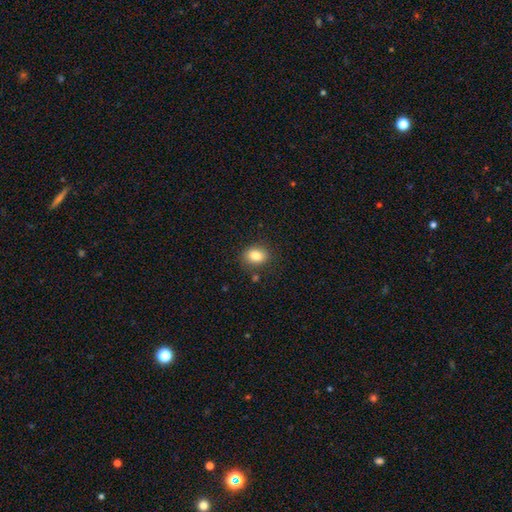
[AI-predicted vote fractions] A smooth galaxy with no disk features (84%) that is in between round and cigar-shaped (60%).

Vote fractions:
- Smooth or featured? smooth: 84% / star or artifact: 9% / featured or disk: 7%
- How rounded? in between: 60% / round: 39% / cigar-shaped: 1%
- Merging? none: 82% / minor disturbance: 12% / major disturbance: 3% / merger: 3%